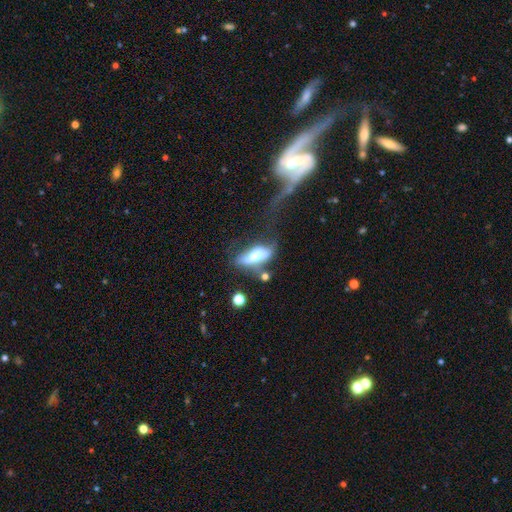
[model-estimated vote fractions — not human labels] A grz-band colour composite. It shows a featured or disk galaxy (48%). Merging: major disturbance (32%).